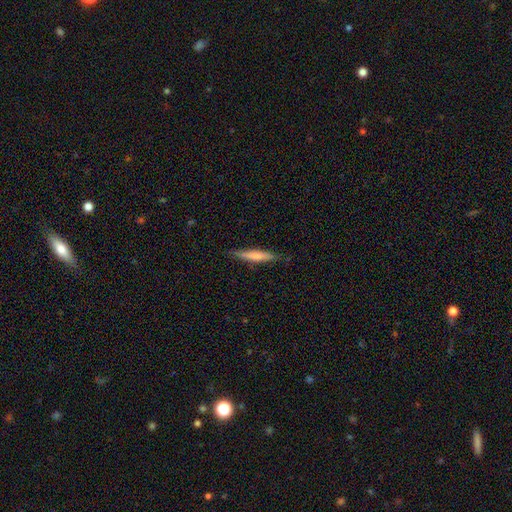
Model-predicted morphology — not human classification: The model was most divided on "smooth or featured": smooth: 68%, featured or disk: 26%, star or artifact: 6%. More confident: how rounded — cigar-shaped (91%); merging — none (84%).